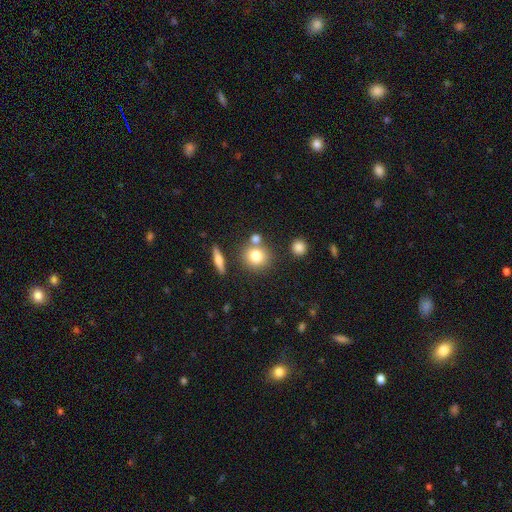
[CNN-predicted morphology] Smooth or featured? Predicted: smooth (p=0.77). How rounded? Predicted: round (p=0.85). Merging? Predicted: none (p=0.68).